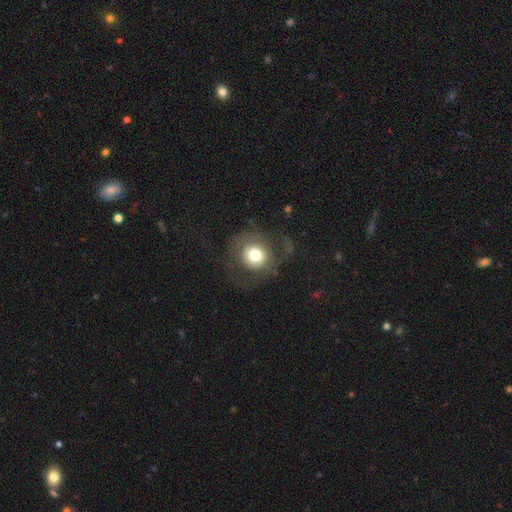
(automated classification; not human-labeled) Morphology: type=smooth (60%); roundness=round (87%); merging=none (59%).